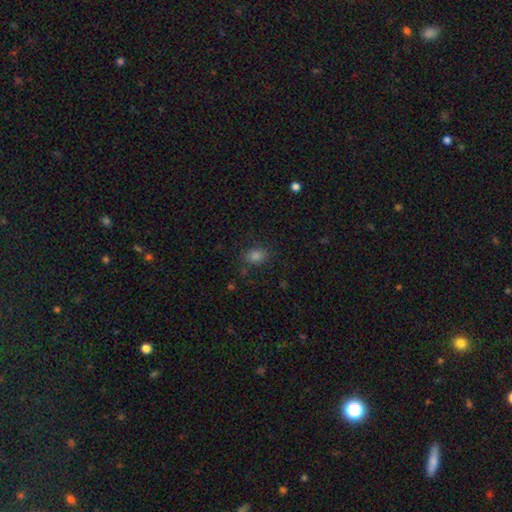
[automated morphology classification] The model was most divided on "how rounded": in between: 64%, round: 35%, cigar-shaped: 1%. More confident: merging — none (81%); smooth or featured — smooth (78%).